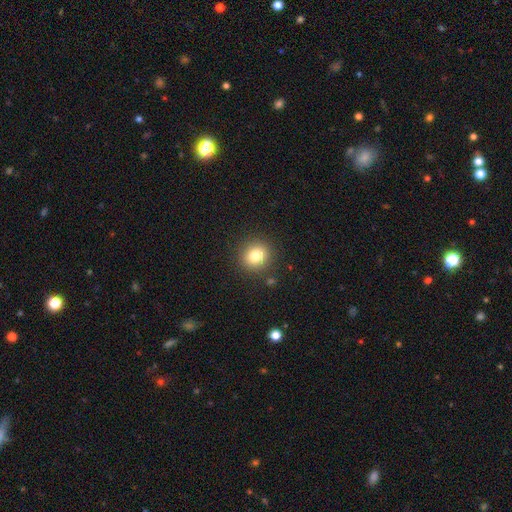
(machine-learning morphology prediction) Smooth or featured?
  - smooth: 80% *
  - star or artifact: 12%
  - featured or disk: 9%
How rounded?
  - round: 82% *
  - in between: 17%
  - cigar-shaped: 1%
Merging?
  - none: 89% *
  - minor disturbance: 7%
  - major disturbance: 2%
  - merger: 2%